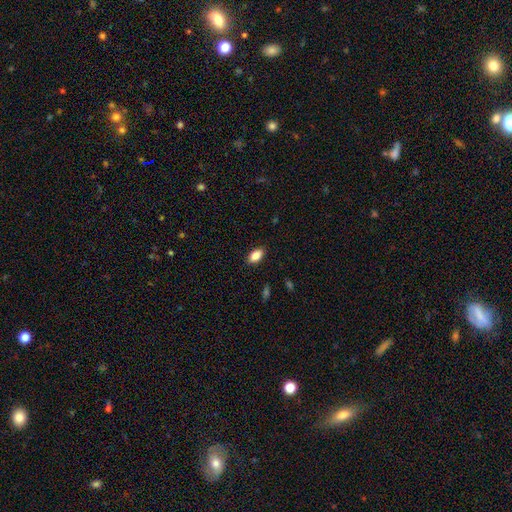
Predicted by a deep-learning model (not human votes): Q: Smooth or featured?
A: smooth (86%); runner-up: star or artifact (8%)
Q: How rounded?
A: in between (91%); runner-up: round (5%)
Q: Merging?
A: none (88%); runner-up: minor disturbance (9%)